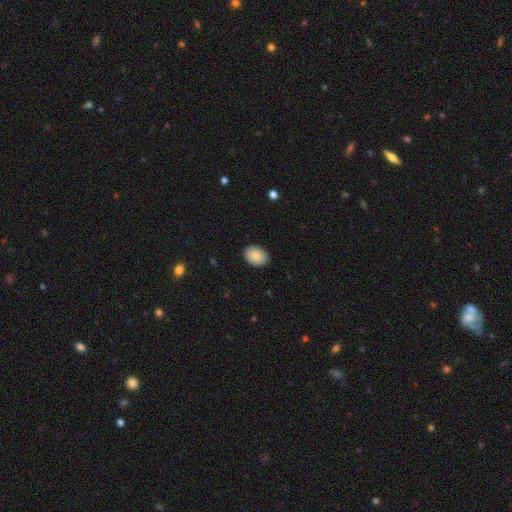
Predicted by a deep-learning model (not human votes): Smooth or featured? Predicted: smooth (p=0.87). How rounded? Predicted: in between (p=0.74). Merging? Predicted: none (p=0.89).